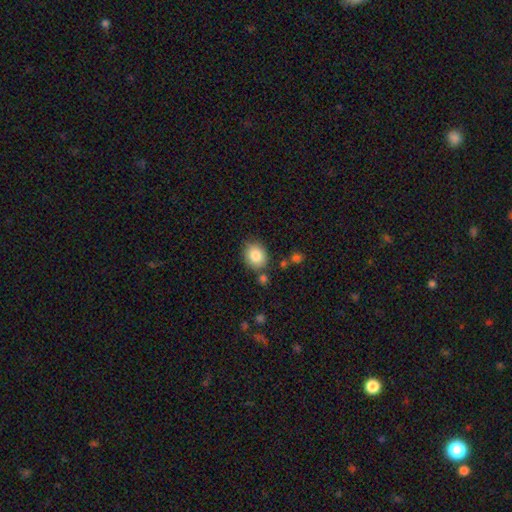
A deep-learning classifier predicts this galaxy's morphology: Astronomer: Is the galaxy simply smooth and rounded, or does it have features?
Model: smooth — 84%.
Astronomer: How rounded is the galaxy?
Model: round — 58% (runner-up: in between, 42%).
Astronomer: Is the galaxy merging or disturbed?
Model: none — 78%.